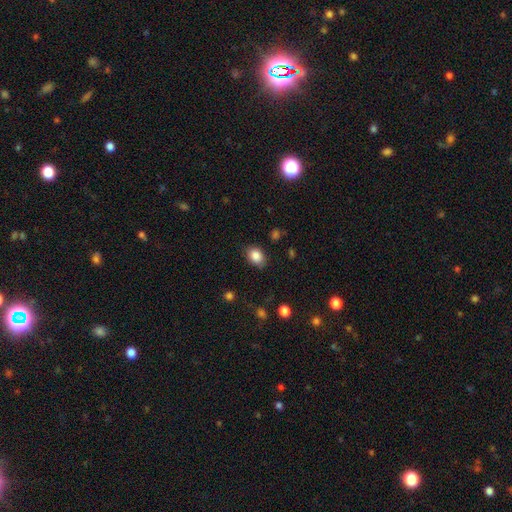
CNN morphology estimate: smooth 86%, star or artifact 9%, featured or disk 5%. Down the decision tree: how rounded — in between (68%); merging — none (82%).